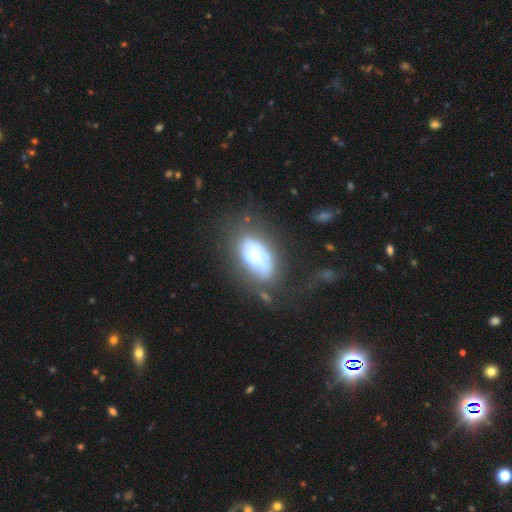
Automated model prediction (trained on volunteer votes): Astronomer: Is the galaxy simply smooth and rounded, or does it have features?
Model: featured or disk — 57% (runner-up: smooth, 35%).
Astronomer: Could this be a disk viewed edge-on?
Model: no — 91%.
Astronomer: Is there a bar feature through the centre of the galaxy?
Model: no — 73%.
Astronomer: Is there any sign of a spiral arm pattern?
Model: yes — 52% (runner-up: no, 48%).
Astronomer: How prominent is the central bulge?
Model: small — 43% (runner-up: moderate, 35%).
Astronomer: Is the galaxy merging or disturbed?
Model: none — 41% (runner-up: minor disturbance, 26%).